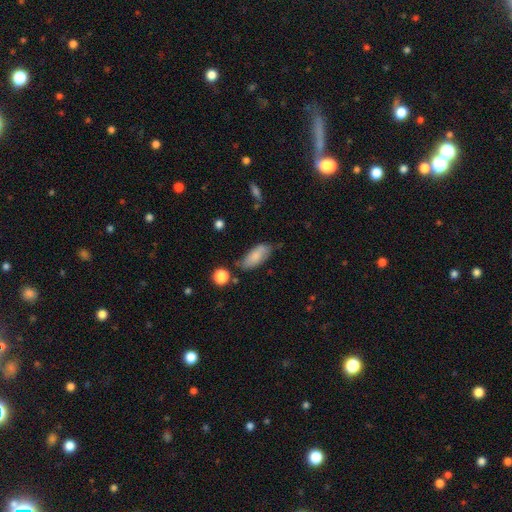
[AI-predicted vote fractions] Morphology: type=smooth (80%); roundness=in between (83%); merging=none (67%).